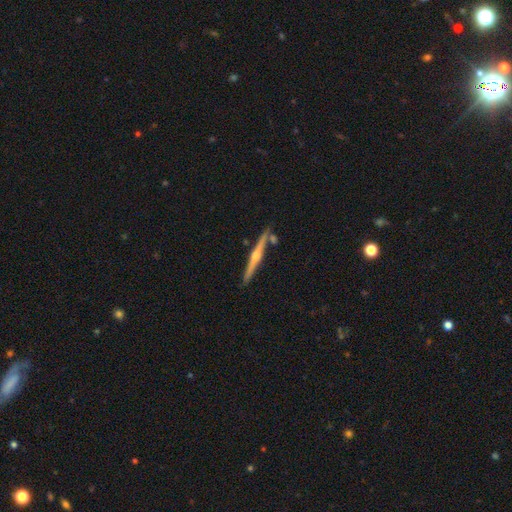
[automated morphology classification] Overall: featured or disk (78%). Edge-on disk: yes (96%). Edge-on bulge: rounded (82%). Merging: none (81%).